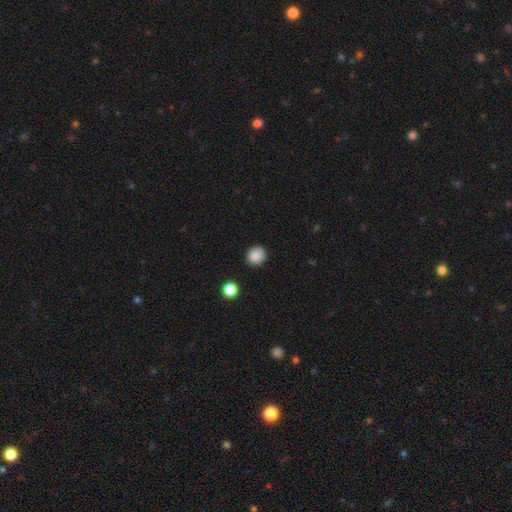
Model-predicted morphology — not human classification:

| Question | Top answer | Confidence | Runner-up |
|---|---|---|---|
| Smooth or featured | smooth | 87% | star or artifact (9%) |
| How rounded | round | 81% | in between (18%) |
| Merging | none | 87% | minor disturbance (9%) |